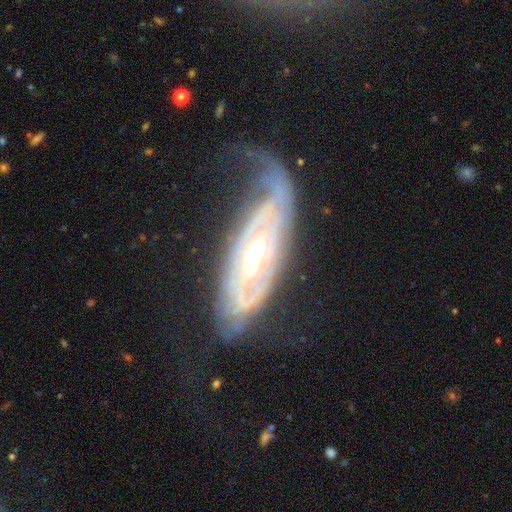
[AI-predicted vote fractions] The model was most divided on "spiral arm count": 2: 40%, can't tell: 33%, 1: 13%, 3: 7%, 4: 3%, more than 4: 3%. Remaining: smooth or featured — featured or disk (86%); spiral arms — yes (85%); edge-on disk — no (85%); bulge size — moderate (68%); spiral winding — tight (53%); bar — no (51%); merging — none (42%).